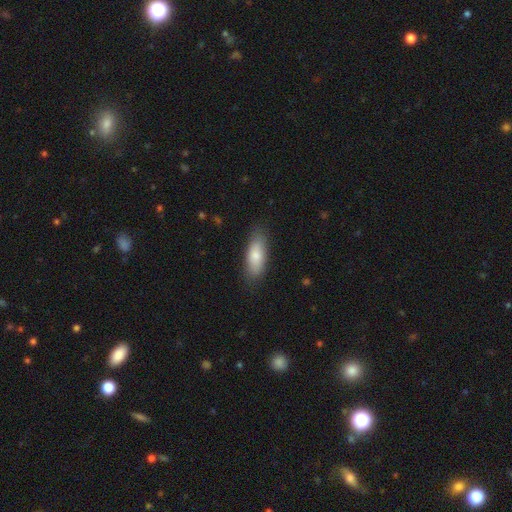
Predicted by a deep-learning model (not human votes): smooth_or_featured: smooth (p=0.79) [alt: featured or disk p=0.14]
how_rounded: in between (p=0.73) [alt: cigar-shaped p=0.24]
merging: none (p=0.80) [alt: minor disturbance p=0.15]